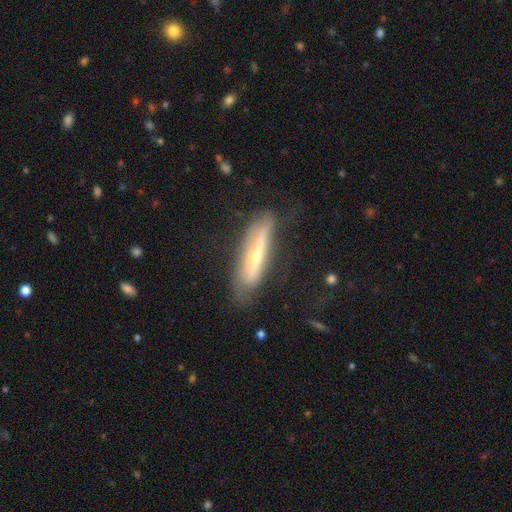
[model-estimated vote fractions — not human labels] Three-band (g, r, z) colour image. It shows a featured or disk galaxy (66%) viewed edge-on (79%) with a rounded central bulge (75%). Merging: none (70%).